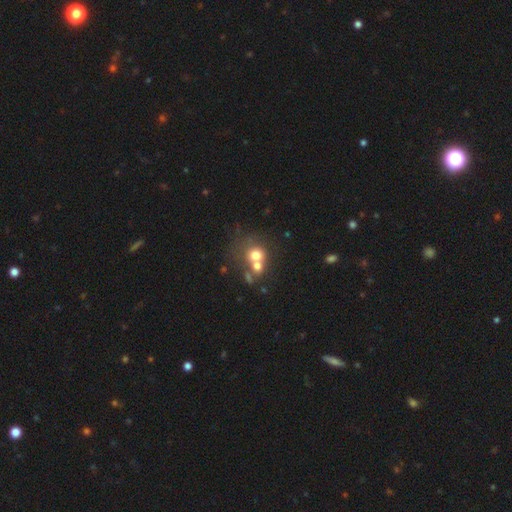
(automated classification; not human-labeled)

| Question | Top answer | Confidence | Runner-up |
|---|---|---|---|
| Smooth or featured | smooth | 66% | featured or disk (21%) |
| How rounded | round | 76% | in between (23%) |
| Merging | merger | 55% | none (31%) |